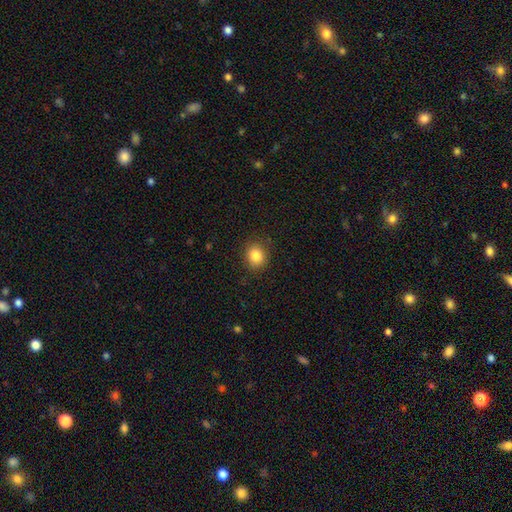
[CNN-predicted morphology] This appears to be a smooth galaxy with no disk features (85%) that is round (72%). Merging: none (88%).